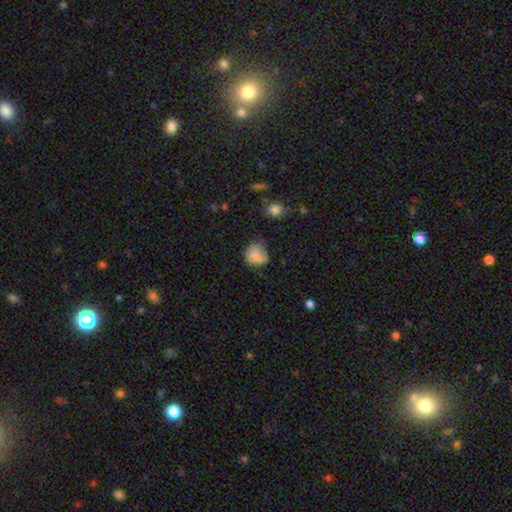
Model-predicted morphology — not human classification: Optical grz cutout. It shows a smooth galaxy with no disk features (81%) that is round (68%). Merging: none (46%).